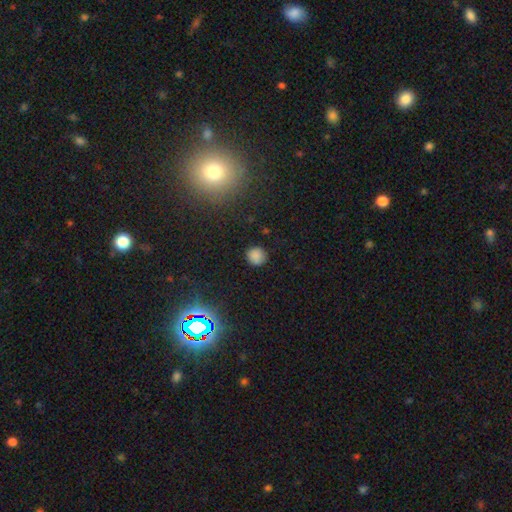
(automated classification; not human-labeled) smooth-or-featured: smooth: 81% | star or artifact: 14% | featured or disk: 5%
  how-rounded: round: 90% | in between: 9% | cigar-shaped: 1%
  merging: none: 86% | minor disturbance: 10% | major disturbance: 3% | merger: 1%